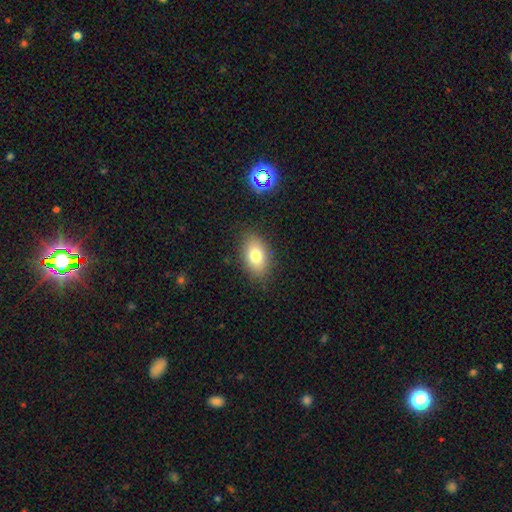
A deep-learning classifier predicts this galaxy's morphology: Q: Smooth or featured?
A: smooth (77%); runner-up: featured or disk (13%)
Q: How rounded?
A: in between (88%); runner-up: round (11%)
Q: Merging?
A: none (85%); runner-up: minor disturbance (11%)